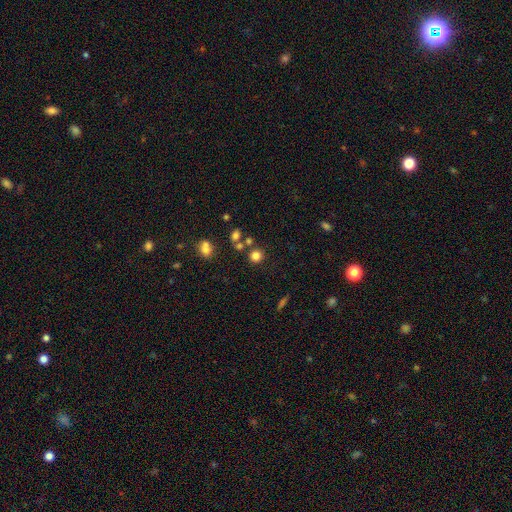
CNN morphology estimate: type=smooth (78%); roundness=round (88%); merging=none (73%).